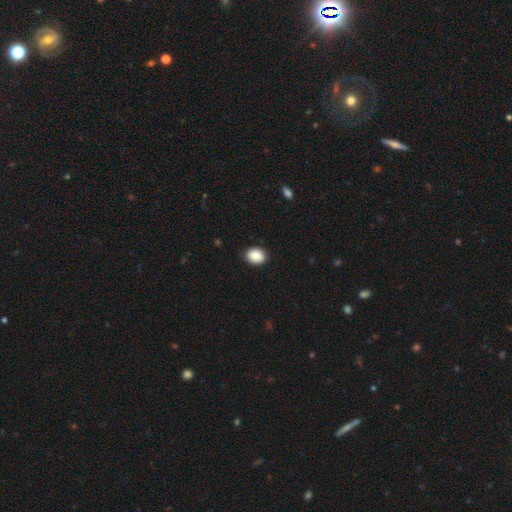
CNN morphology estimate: Smooth or featured? smooth (88%)
How rounded? in between (57%)
Merging? none (89%)